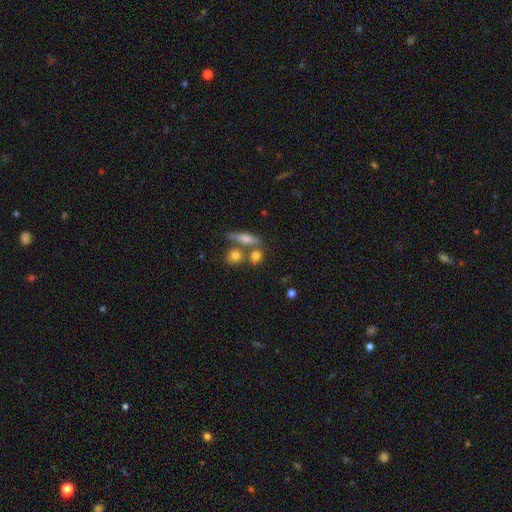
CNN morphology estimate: smooth 76%, featured or disk 13%, star or artifact 11%. Down the decision tree: how rounded — round (52%); merging — none (55%).